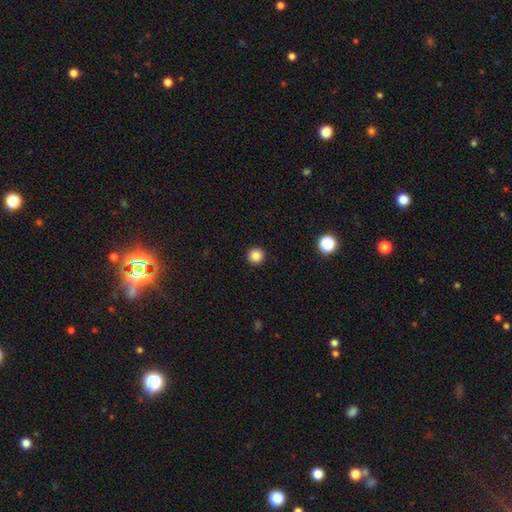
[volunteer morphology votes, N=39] Overall: smooth (87%). How rounded: round (100%). Merging: none (95%).